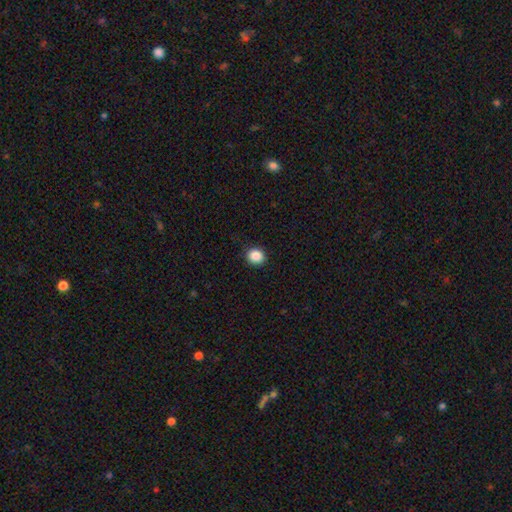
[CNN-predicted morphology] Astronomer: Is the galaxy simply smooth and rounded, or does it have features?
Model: smooth — 88%.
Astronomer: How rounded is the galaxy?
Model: round — 83%.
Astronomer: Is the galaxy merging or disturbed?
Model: none — 91%.